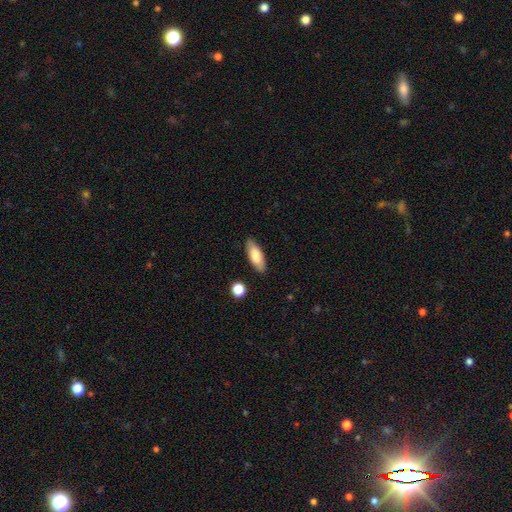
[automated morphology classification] Smooth or featured?
  - smooth: 82% *
  - featured or disk: 12%
  - star or artifact: 6%
How rounded?
  - in between: 70% *
  - cigar-shaped: 28%
  - round: 2%
Merging?
  - none: 86% *
  - minor disturbance: 10%
  - major disturbance: 2%
  - merger: 2%